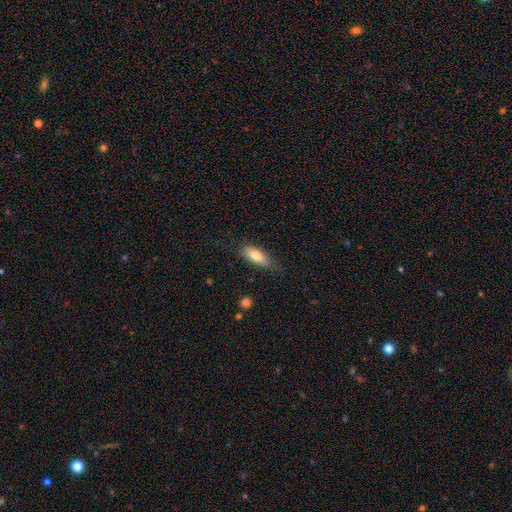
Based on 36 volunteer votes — smooth_or_featured: smooth (p=0.86) [alt: featured or disk p=0.14]
how_rounded: in between (p=0.87) [alt: cigar-shaped p=0.13]
merging: none (p=0.69) [alt: minor disturbance p=0.25]